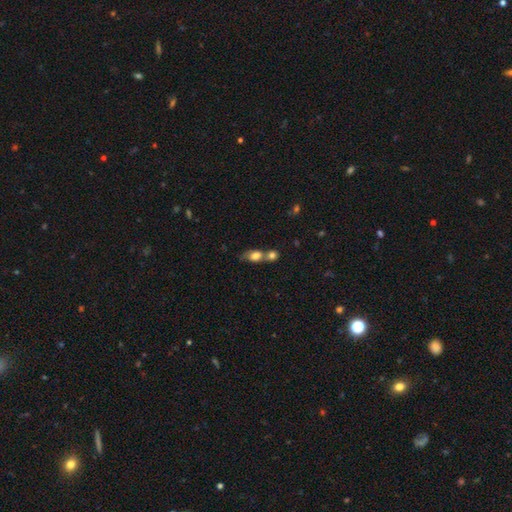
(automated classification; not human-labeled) This appears to be a smooth galaxy with no disk features (75%) that is in between round and cigar-shaped (68%). Merging: merger (62%).